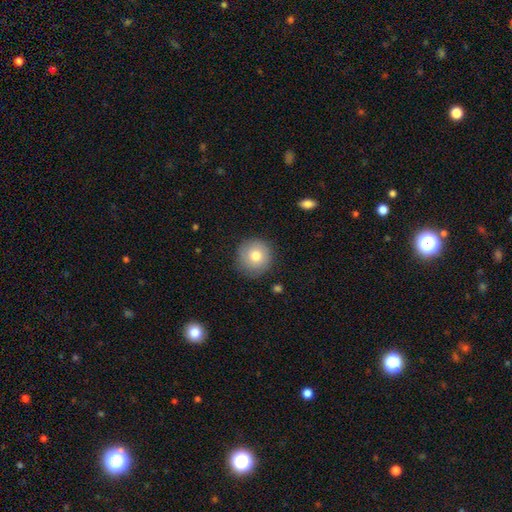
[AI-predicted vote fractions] The model was most divided on "smooth or featured": smooth: 76%, featured or disk: 16%, star or artifact: 9%. More confident: how rounded — round (94%); merging — none (84%).